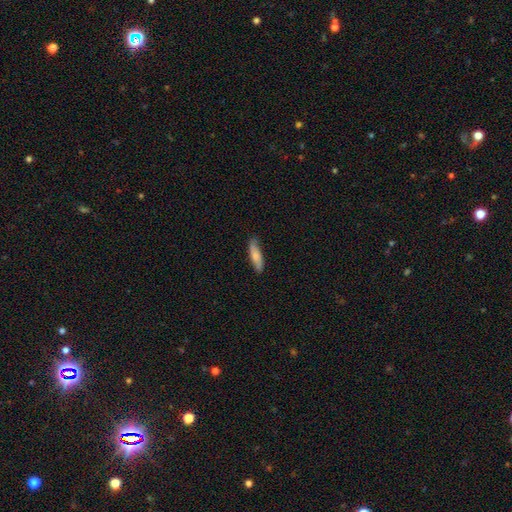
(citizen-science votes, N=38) Smooth or featured?
  - smooth: 74% *
  - featured or disk: 21%
  - star or artifact: 5%
How rounded?
  - cigar-shaped: 57% *
  - in between: 39%
  - round: 4%
Merging?
  - none: 75% *
  - minor disturbance: 19%
  - major disturbance: 6%
  - merger: 0%